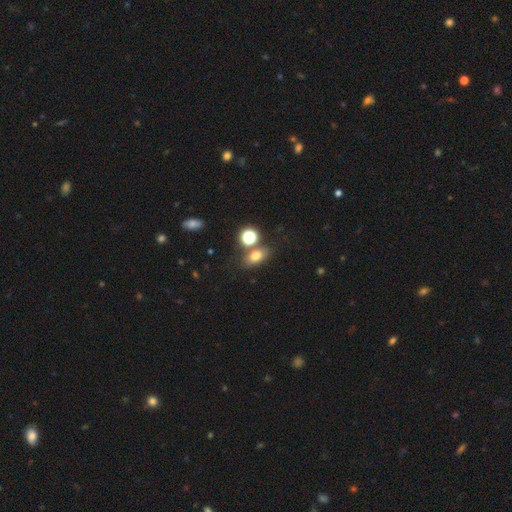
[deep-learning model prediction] A smooth galaxy with no disk features (73%) that is in between round and cigar-shaped (74%).

Vote fractions:
- Smooth or featured? smooth: 73% / star or artifact: 16% / featured or disk: 11%
- How rounded? in between: 74% / round: 22% / cigar-shaped: 4%
- Merging? none: 66% / merger: 17% / minor disturbance: 13% / major disturbance: 5%